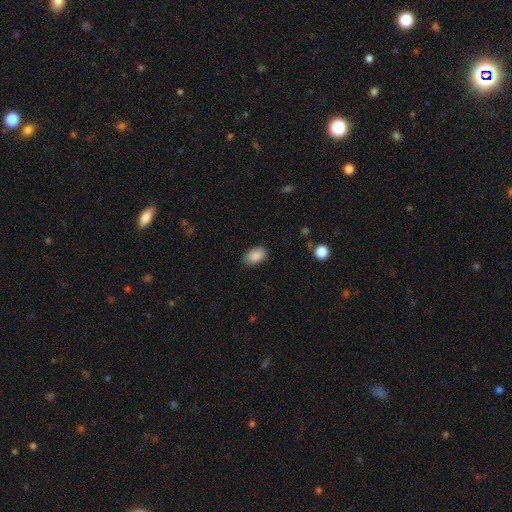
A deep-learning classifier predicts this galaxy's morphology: Smooth or featured: smooth — 88% (star or artifact — 7%)
How rounded: in between — 91% (round — 7%)
Merging: none — 83% (minor disturbance — 13%)